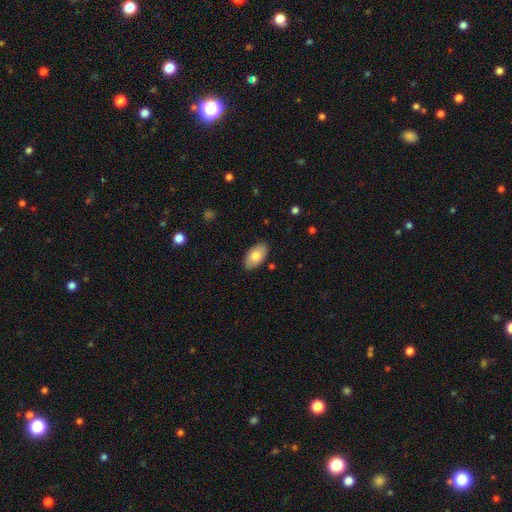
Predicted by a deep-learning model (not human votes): Smooth or featured?
  - smooth: 79% *
  - featured or disk: 15%
  - star or artifact: 6%
How rounded?
  - in between: 95% *
  - round: 3%
  - cigar-shaped: 2%
Merging?
  - none: 86% *
  - minor disturbance: 10%
  - major disturbance: 2%
  - merger: 1%